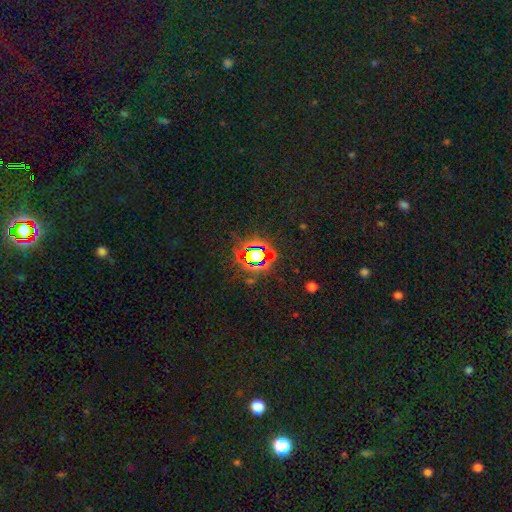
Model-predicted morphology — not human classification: Smooth or featured: star or artifact — 69% (smooth — 19%)